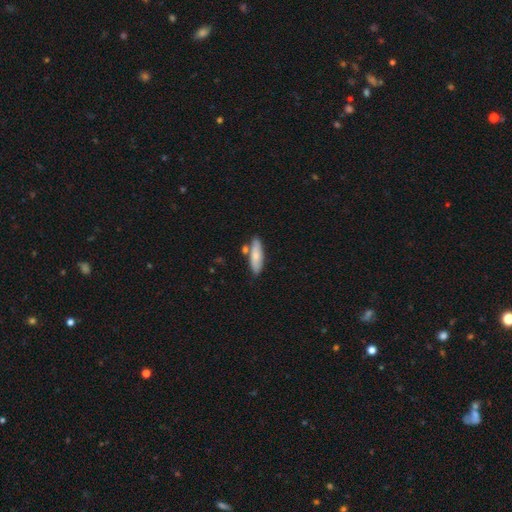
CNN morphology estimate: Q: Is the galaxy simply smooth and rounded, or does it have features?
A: smooth — 73%.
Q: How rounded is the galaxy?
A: in between — 50%.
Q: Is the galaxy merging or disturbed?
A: none — 71%.